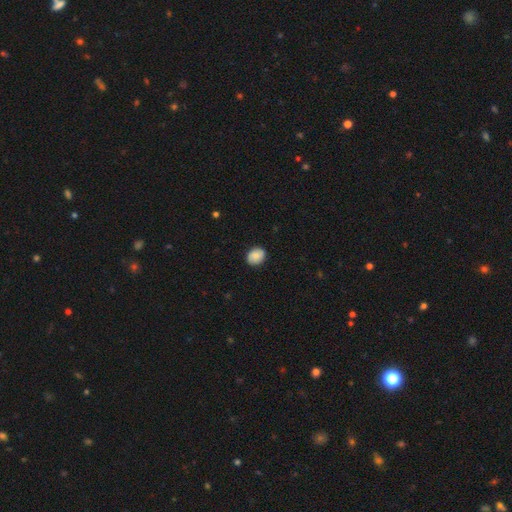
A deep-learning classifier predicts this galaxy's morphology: Q: Smooth or featured?
A: smooth (82%); runner-up: featured or disk (11%)
Q: How rounded?
A: round (50%); runner-up: in between (49%)
Q: Merging?
A: none (86%); runner-up: minor disturbance (10%)